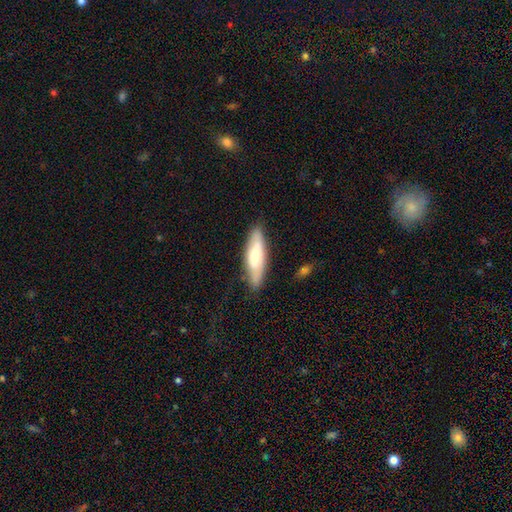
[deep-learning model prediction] Smooth or featured: smooth — 60% (featured or disk — 34%)
How rounded: cigar-shaped — 58% (in between — 40%)
Merging: none — 80% (minor disturbance — 16%)